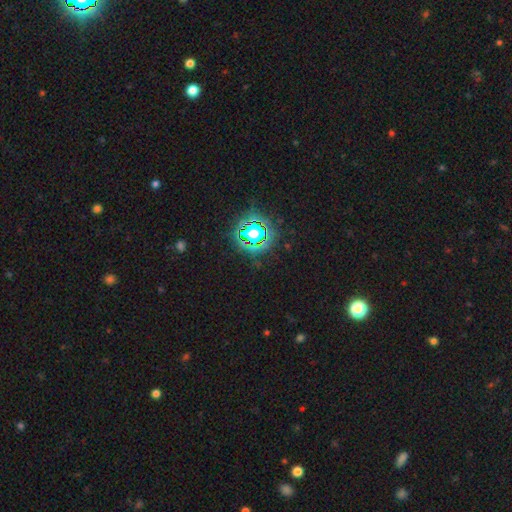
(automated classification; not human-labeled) This appears to be a star or artifact, not a galaxy (78%).